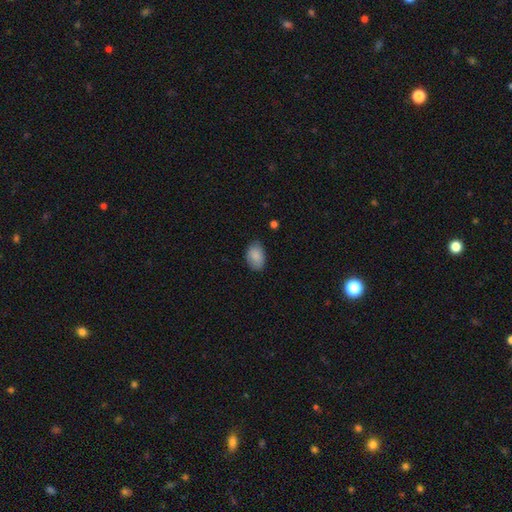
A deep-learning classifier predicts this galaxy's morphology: Smooth or featured? smooth (88%)
How rounded? in between (87%)
Merging? none (76%)